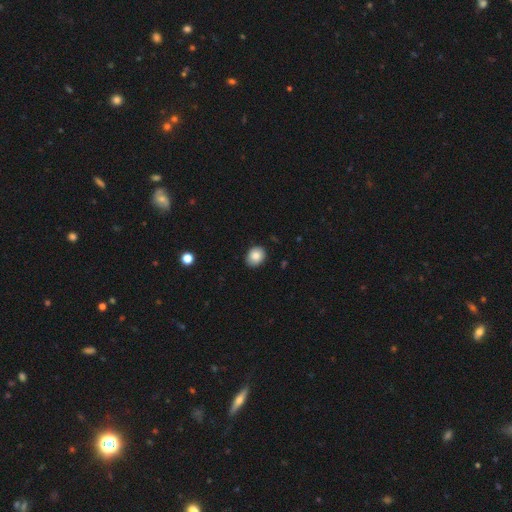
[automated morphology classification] A smooth galaxy with no disk features (87%) that is round (58%). Merging: none (86%).